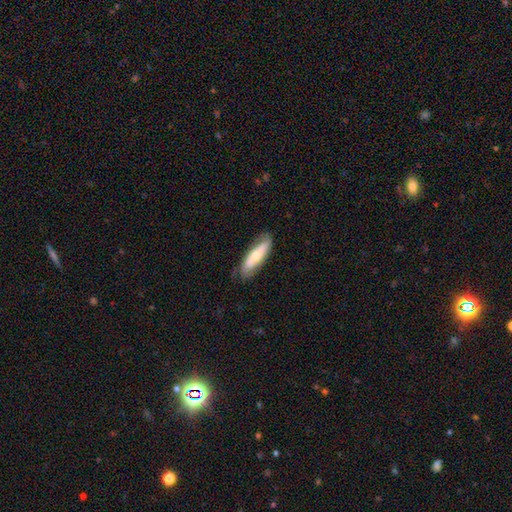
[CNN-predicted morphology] Smooth or featured? Predicted: smooth (p=0.49). Merging? Predicted: none (p=0.72).